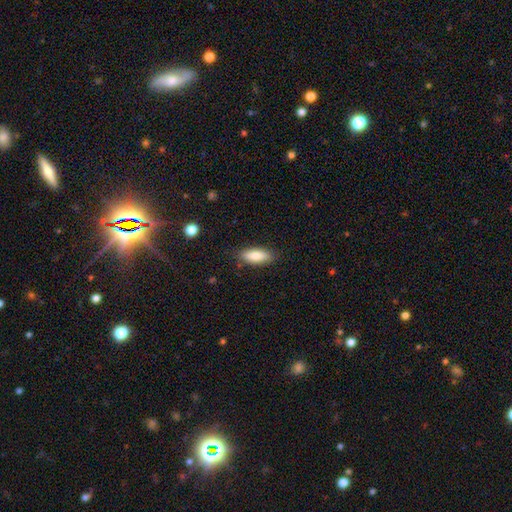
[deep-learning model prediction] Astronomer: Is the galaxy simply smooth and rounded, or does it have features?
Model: smooth — 84%.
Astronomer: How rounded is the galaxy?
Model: in between — 73%.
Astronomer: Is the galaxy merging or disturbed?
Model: none — 85%.